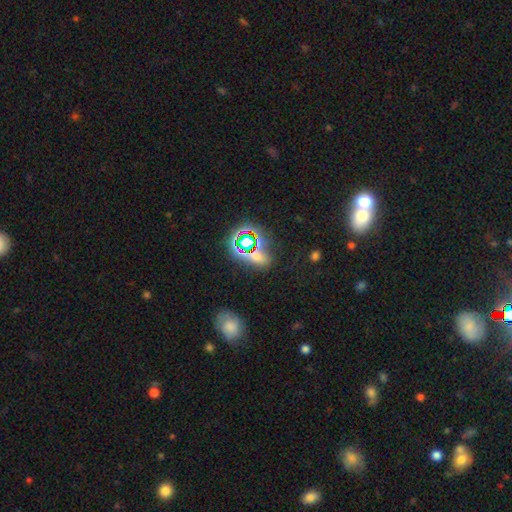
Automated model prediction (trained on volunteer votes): A star or artifact, not a galaxy (55%).

Vote fractions:
- Smooth or featured? star or artifact: 55% / smooth: 33% / featured or disk: 11%